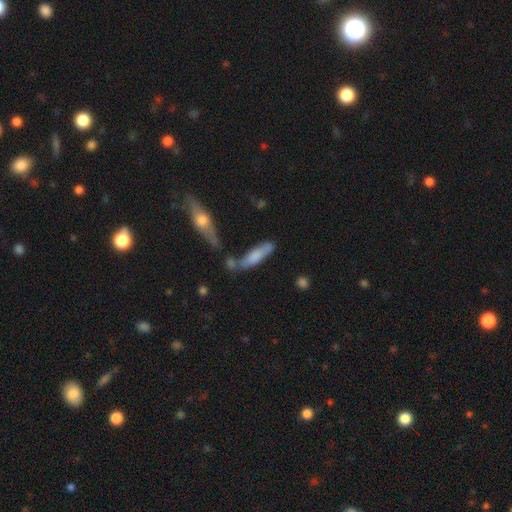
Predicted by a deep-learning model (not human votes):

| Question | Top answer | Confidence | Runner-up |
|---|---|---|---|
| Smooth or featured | smooth | 67% | featured or disk (26%) |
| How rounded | cigar-shaped | 63% | in between (35%) |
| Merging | none | 53% | merger (20%) |